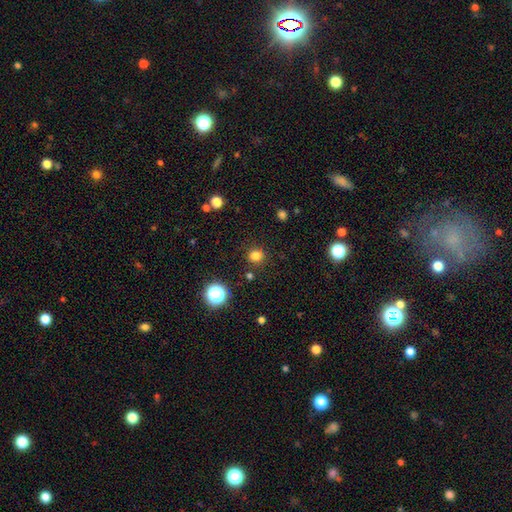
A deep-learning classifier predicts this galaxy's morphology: Smooth or featured? Predicted: smooth (p=0.80). How rounded? Predicted: round (p=0.84). Merging? Predicted: none (p=0.87).